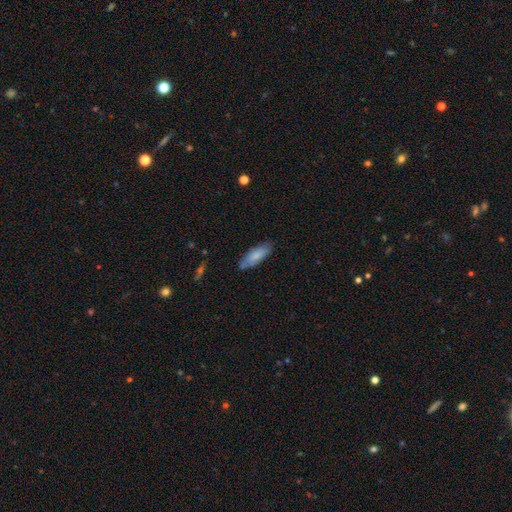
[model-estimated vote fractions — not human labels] A smooth galaxy with no disk features (74%) that is in between round and cigar-shaped (63%). Merging: none (76%).